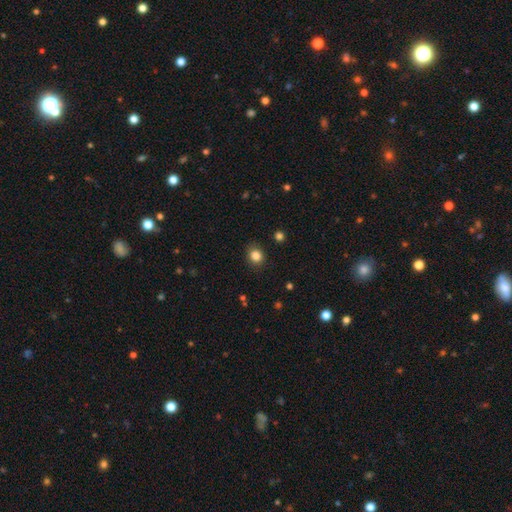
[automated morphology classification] Smooth or featured? Predicted: smooth (p=0.85). How rounded? Predicted: round (p=0.70). Merging? Predicted: none (p=0.86).